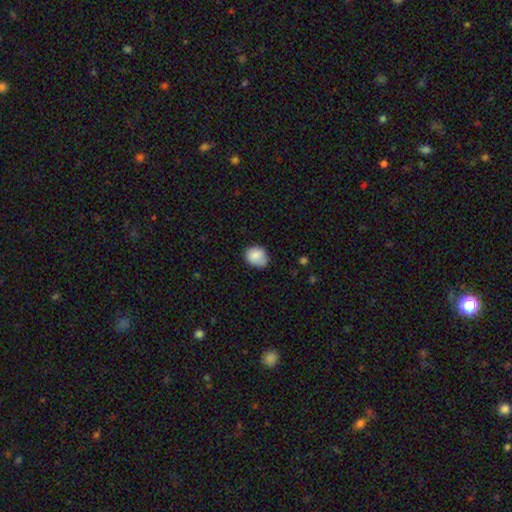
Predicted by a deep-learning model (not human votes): The model was most divided on "how rounded": round: 53%, in between: 46%, cigar-shaped: 1%. More confident: smooth or featured — smooth (85%); merging — none (69%).